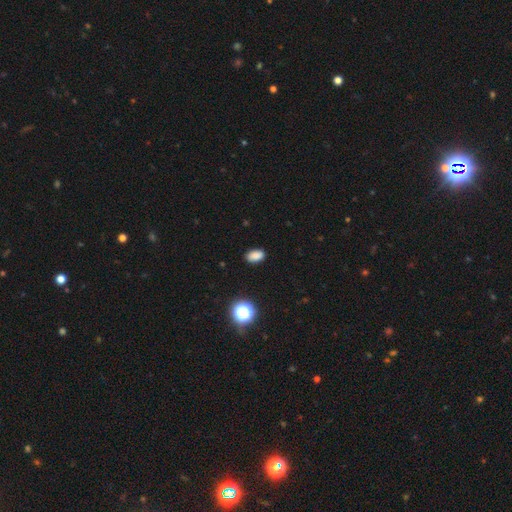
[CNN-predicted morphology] Q: Smooth or featured?
A: smooth (83%); runner-up: star or artifact (13%)
Q: How rounded?
A: in between (89%); runner-up: round (9%)
Q: Merging?
A: none (87%); runner-up: minor disturbance (9%)